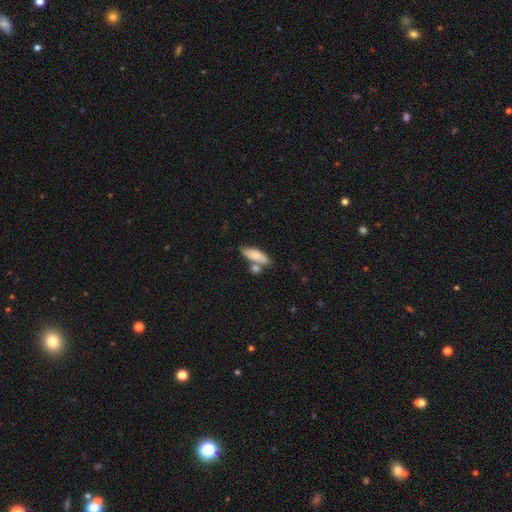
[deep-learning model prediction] This appears to be a smooth galaxy with no disk features (74%) that is in between round and cigar-shaped (64%). Merging: none (51%).